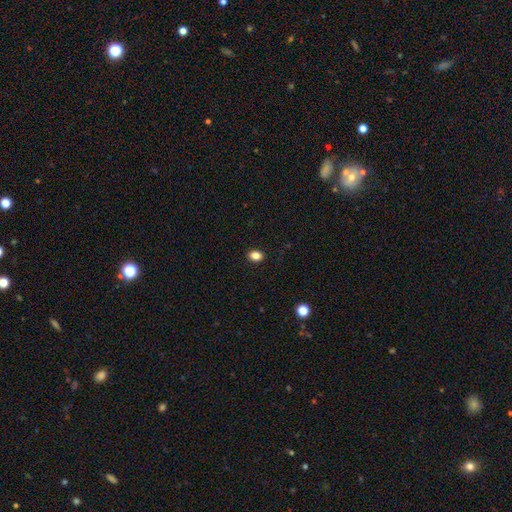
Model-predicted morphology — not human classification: This appears to be a smooth galaxy with no disk features (85%) that is in between round and cigar-shaped (71%). Merging: none (90%).